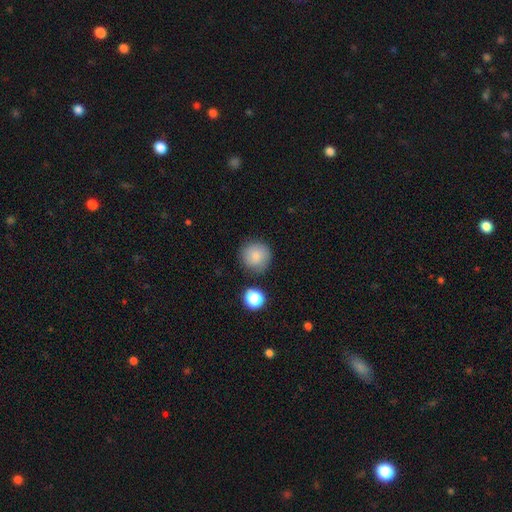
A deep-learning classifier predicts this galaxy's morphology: Smooth or featured?
  - smooth: 81% *
  - star or artifact: 10%
  - featured or disk: 10%
How rounded?
  - round: 94% *
  - in between: 5%
  - cigar-shaped: 1%
Merging?
  - none: 82% *
  - minor disturbance: 11%
  - merger: 4%
  - major disturbance: 3%